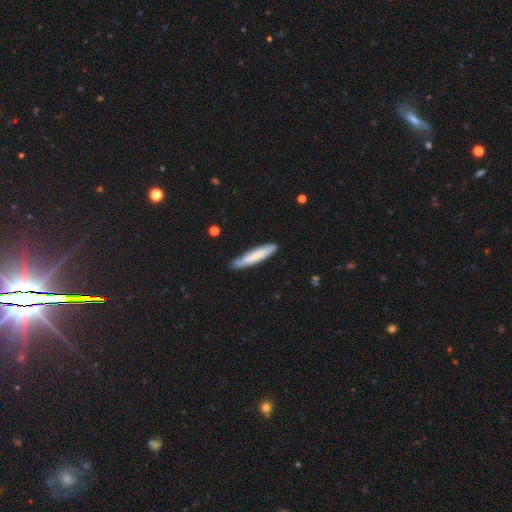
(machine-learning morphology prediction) This is likely a smooth galaxy (72%). How rounded: clearly cigar-shaped (91%). Merging: clearly none (81%).